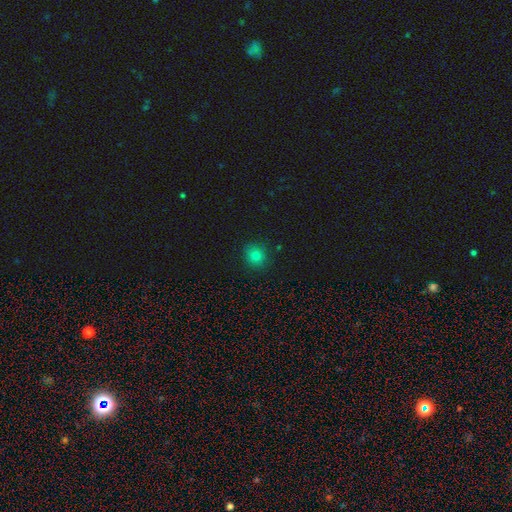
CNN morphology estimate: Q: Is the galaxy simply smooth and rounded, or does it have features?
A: smooth — 78%.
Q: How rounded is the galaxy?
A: round — 82%.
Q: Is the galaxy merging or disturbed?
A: none — 88%.